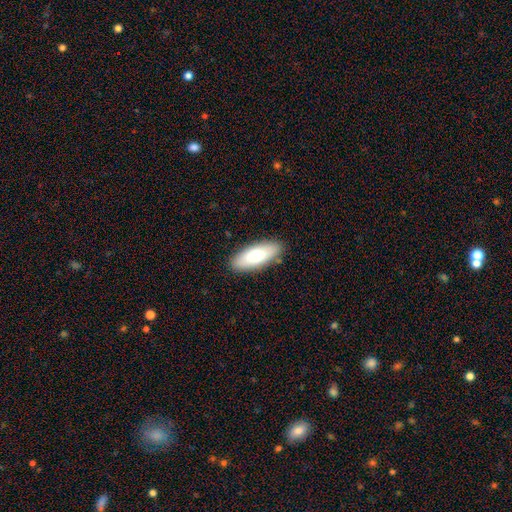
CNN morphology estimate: smooth 71%, featured or disk 23%, star or artifact 6%. Down the decision tree: how rounded — in between (76%); merging — none (87%).